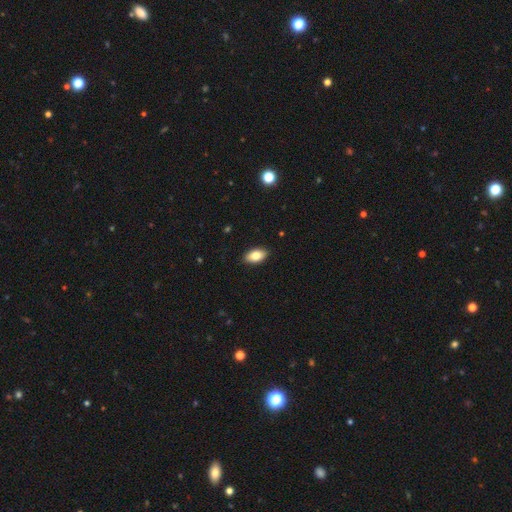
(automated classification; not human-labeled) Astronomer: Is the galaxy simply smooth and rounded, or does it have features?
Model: smooth — 81%.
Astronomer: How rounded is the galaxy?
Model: in between — 93%.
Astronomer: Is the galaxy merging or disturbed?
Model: none — 90%.